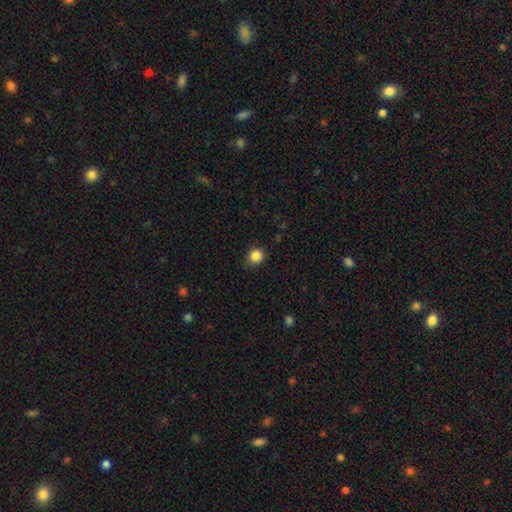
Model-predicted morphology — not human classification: Smooth or featured: smooth — 86% (star or artifact — 11%)
How rounded: round — 85% (in between — 14%)
Merging: none — 86% (minor disturbance — 11%)